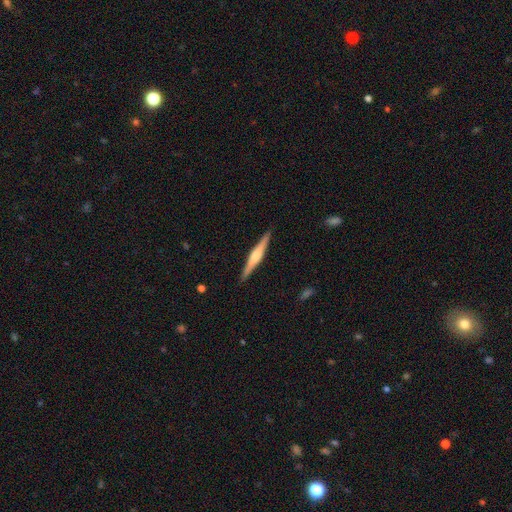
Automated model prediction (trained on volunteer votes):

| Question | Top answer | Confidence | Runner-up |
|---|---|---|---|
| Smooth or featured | featured or disk | 69% | smooth (26%) |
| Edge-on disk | yes | 98% | no (2%) |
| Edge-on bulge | rounded | 73% | boxy (19%) |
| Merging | none | 91% | minor disturbance (7%) |